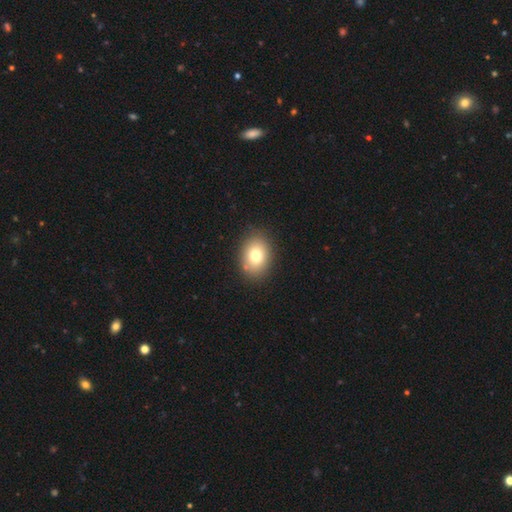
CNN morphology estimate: Smooth or featured?
  - smooth: 77% *
  - featured or disk: 13%
  - star or artifact: 10%
How rounded?
  - in between: 70% *
  - round: 29%
  - cigar-shaped: 1%
Merging?
  - none: 86% *
  - minor disturbance: 10%
  - major disturbance: 3%
  - merger: 2%